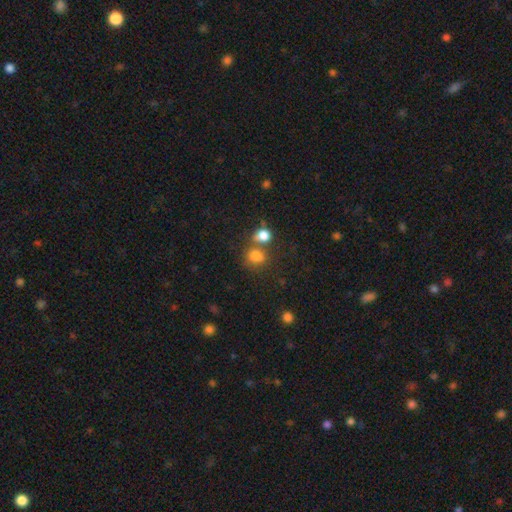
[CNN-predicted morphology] type=smooth (78%); roundness=in between (50%); merging=none (45%).